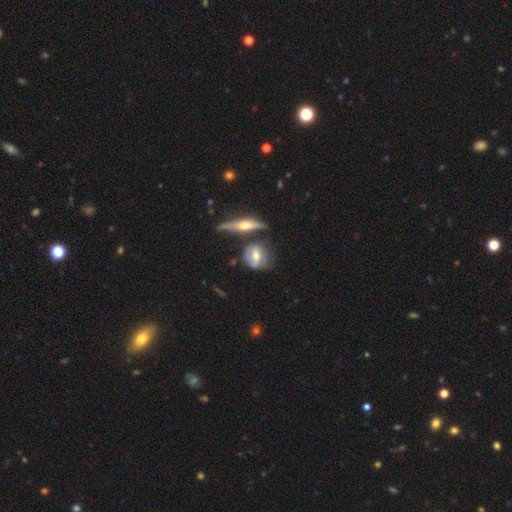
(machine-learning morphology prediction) This appears to be a featured or disk galaxy (47%). Merging: none (55%).